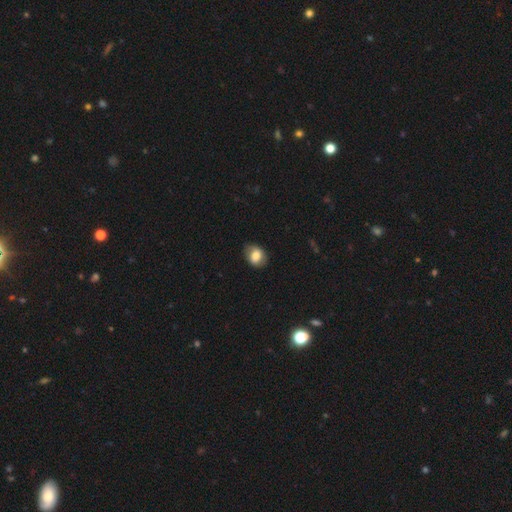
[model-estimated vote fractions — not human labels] smooth_or_featured: smooth (p=0.77) [alt: featured or disk p=0.15]
how_rounded: in between (p=0.60) [alt: round p=0.38]
merging: none (p=0.75) [alt: minor disturbance p=0.19]